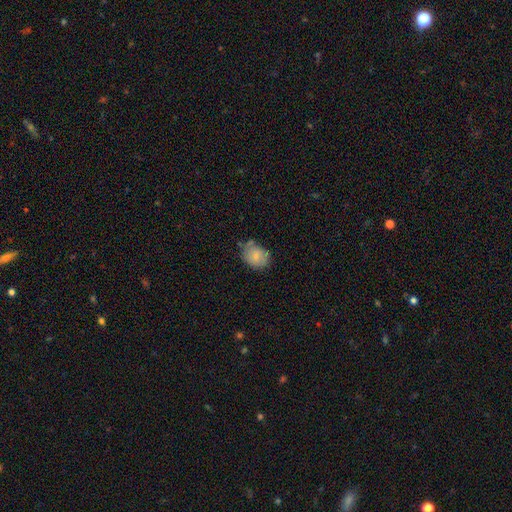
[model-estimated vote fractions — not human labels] Smooth or featured? smooth (75%)
How rounded? in between (52%)
Merging? none (54%)